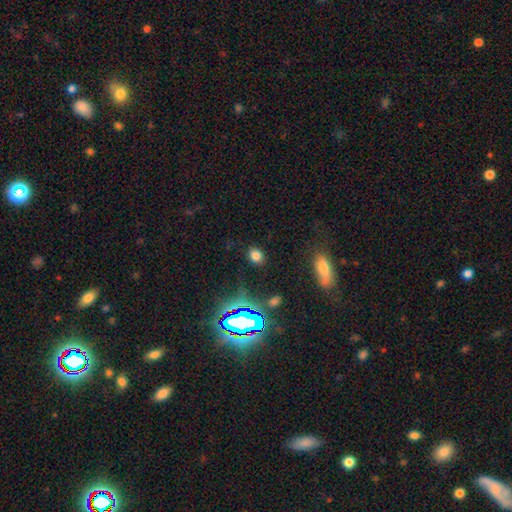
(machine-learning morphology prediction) Smooth or featured? Predicted: smooth (p=0.72). How rounded? Predicted: round (p=0.57). Merging? Predicted: none (p=0.85).